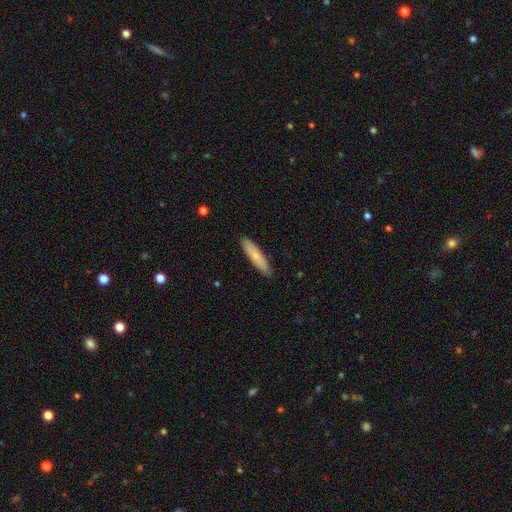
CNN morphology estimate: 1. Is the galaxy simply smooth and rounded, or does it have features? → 67% smooth, 27% featured or disk, 6% star or artifact.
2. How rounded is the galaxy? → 82% cigar-shaped, 16% in between, 2% round.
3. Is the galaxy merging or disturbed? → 89% none, 8% minor disturbance, 1% major disturbance, 1% merger.